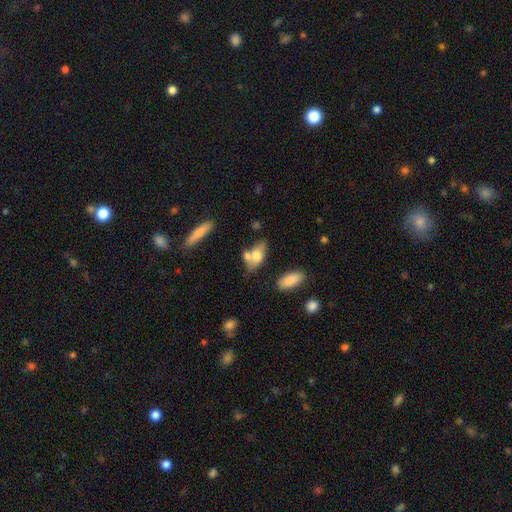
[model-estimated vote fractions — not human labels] Smooth or featured?
  - smooth: 71% *
  - featured or disk: 21%
  - star or artifact: 7%
How rounded?
  - in between: 85% *
  - cigar-shaped: 8%
  - round: 7%
Merging?
  - none: 45% *
  - merger: 32%
  - minor disturbance: 17%
  - major disturbance: 6%